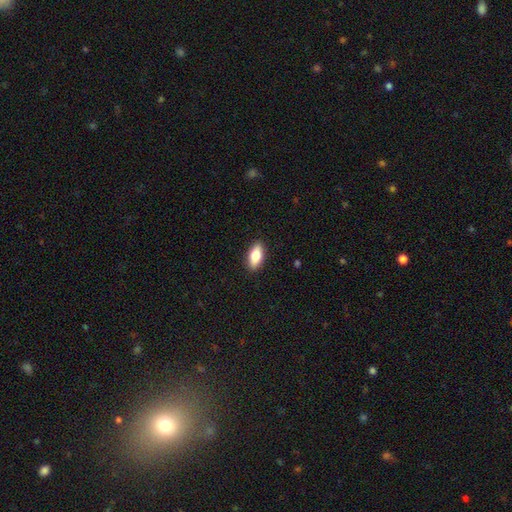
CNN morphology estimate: A smooth galaxy with no disk features (78%) that is in between round and cigar-shaped (86%). Merging: none (89%).